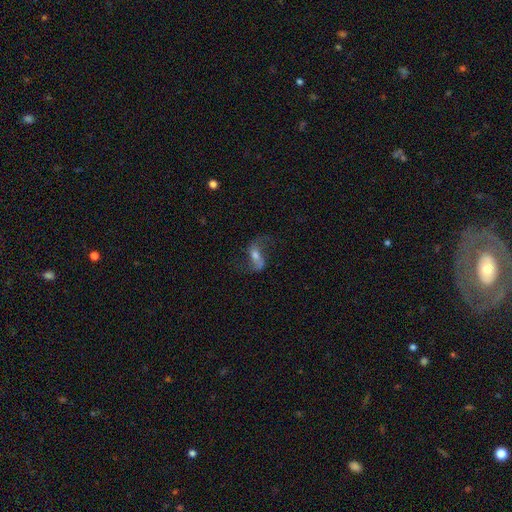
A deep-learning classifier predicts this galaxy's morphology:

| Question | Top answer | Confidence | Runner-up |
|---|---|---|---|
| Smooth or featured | featured or disk | 72% | smooth (18%) |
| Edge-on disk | no | 93% | yes (7%) |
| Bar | weak | 39% | no (32%) |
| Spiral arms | yes | 89% | no (11%) |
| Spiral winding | loose | 79% | medium (17%) |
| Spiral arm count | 2 | 90% | 1 (4%) |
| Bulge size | moderate | 56% | small (30%) |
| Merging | none | 64% | major disturbance (17%) |